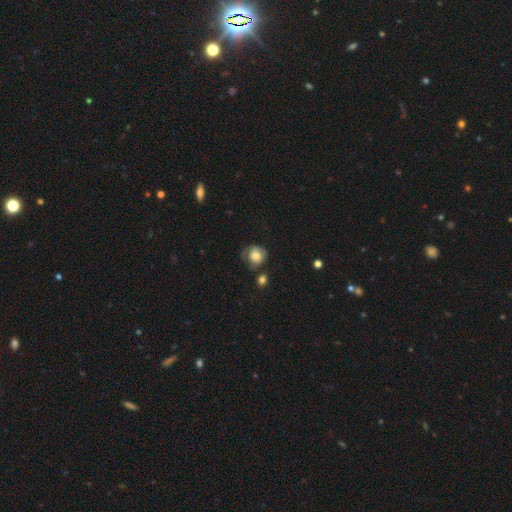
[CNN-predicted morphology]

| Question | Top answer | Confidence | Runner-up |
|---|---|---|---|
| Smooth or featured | smooth | 72% | featured or disk (20%) |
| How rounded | round | 82% | in between (17%) |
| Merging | none | 52% | minor disturbance (28%) |